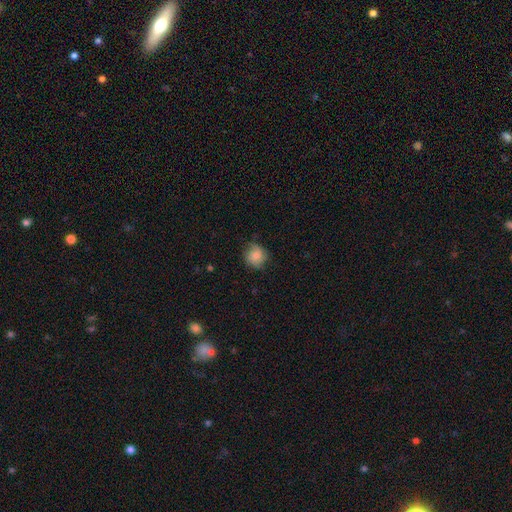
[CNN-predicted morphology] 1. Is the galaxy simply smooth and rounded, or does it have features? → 77% smooth, 15% featured or disk, 8% star or artifact.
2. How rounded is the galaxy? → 85% round, 14% in between, 1% cigar-shaped.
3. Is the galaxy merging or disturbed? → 71% none, 23% minor disturbance, 5% major disturbance, 1% merger.